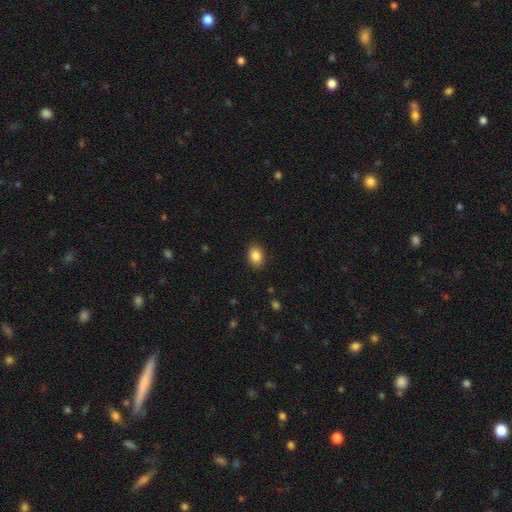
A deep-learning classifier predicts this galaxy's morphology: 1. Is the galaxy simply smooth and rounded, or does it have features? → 86% smooth, 8% star or artifact, 5% featured or disk.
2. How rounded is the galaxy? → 77% in between, 22% round, 1% cigar-shaped.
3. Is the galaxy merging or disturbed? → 89% none, 8% minor disturbance, 2% major disturbance, 1% merger.